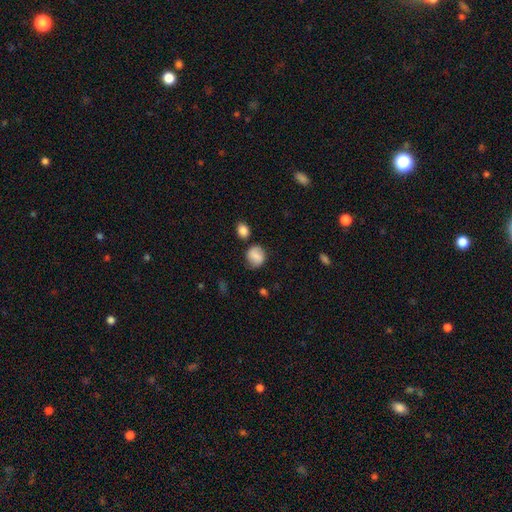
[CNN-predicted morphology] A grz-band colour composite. It shows a smooth galaxy with no disk features (75%) that is round (71%). Merging: none (70%).